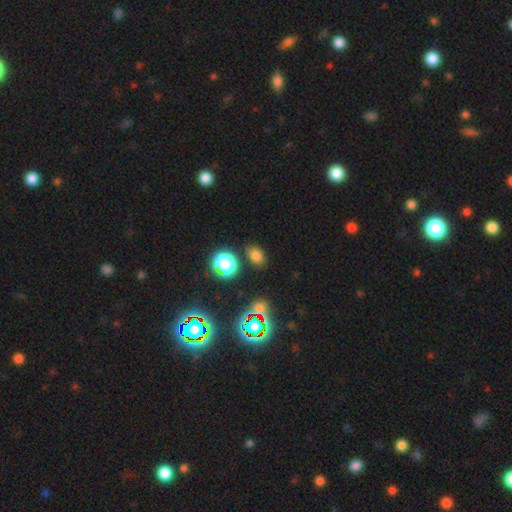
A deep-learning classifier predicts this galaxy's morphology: Smooth or featured?
  - smooth: 69% *
  - star or artifact: 25%
  - featured or disk: 6%
How rounded?
  - in between: 66% *
  - round: 32%
  - cigar-shaped: 2%
Merging?
  - none: 83% *
  - minor disturbance: 11%
  - merger: 4%
  - major disturbance: 3%